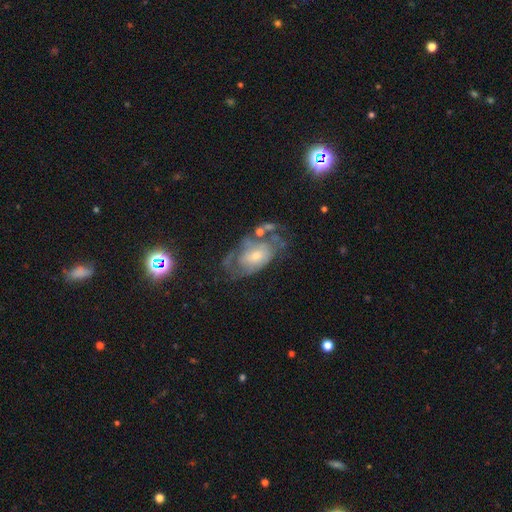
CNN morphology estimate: Smooth or featured?
  - featured or disk: 66% *
  - smooth: 23%
  - star or artifact: 10%
Edge-on disk?
  - no: 95% *
  - yes: 5%
Bar?
  - no: 71% *
  - weak: 24%
  - strong: 5%
Spiral arms?
  - yes: 69% *
  - no: 31%
Bulge size?
  - small: 56% *
  - moderate: 36%
  - large: 4%
  - none: 3%
  - dominant: 1%
Merging?
  - none: 44% *
  - major disturbance: 25%
  - minor disturbance: 24%
  - merger: 7%